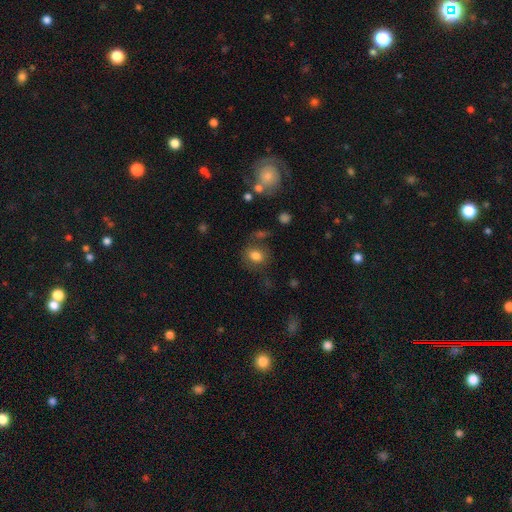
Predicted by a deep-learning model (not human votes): A smooth galaxy with no disk features (79%) that is round (58%).

Vote fractions:
- Smooth or featured? smooth: 79% / star or artifact: 11% / featured or disk: 10%
- How rounded? round: 58% / in between: 40% / cigar-shaped: 1%
- Merging? none: 67% / minor disturbance: 17% / major disturbance: 9% / merger: 6%